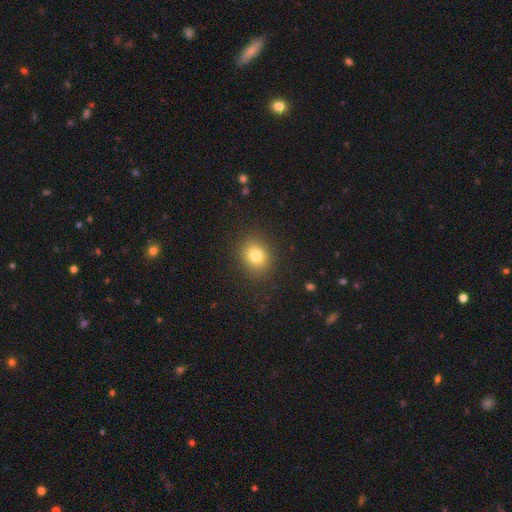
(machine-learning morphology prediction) type=smooth (80%); roundness=round (70%); merging=none (88%).